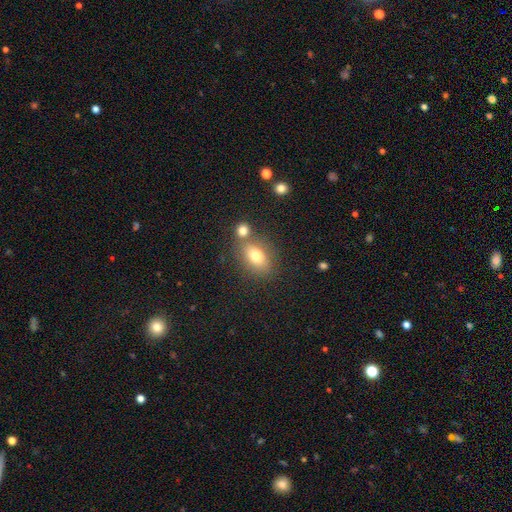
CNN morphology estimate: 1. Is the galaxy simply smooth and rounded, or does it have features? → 75% smooth, 14% featured or disk, 10% star or artifact.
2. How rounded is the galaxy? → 76% in between, 21% round, 3% cigar-shaped.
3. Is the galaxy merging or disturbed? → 59% none, 25% merger, 12% minor disturbance, 4% major disturbance.